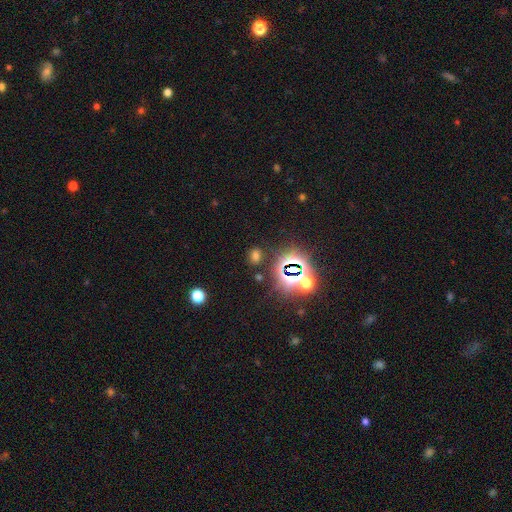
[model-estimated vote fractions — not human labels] This appears to be a smooth galaxy with no disk features (53%) that is in between round and cigar-shaped (65%). Merging: none (80%).